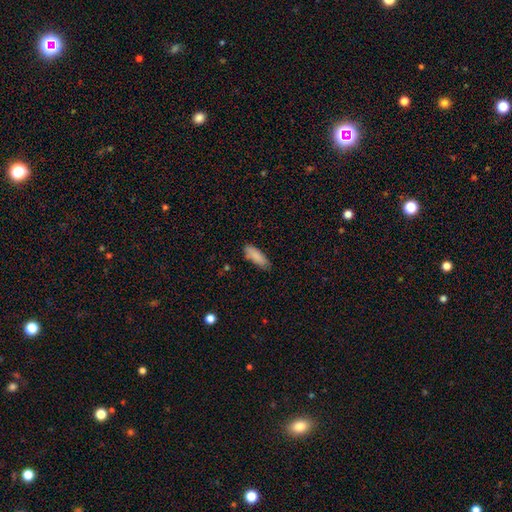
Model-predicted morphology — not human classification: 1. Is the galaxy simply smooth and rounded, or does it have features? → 87% smooth, 6% star or artifact, 6% featured or disk.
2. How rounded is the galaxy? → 66% in between, 33% cigar-shaped, 2% round.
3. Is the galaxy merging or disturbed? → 79% none, 16% minor disturbance, 3% major disturbance, 1% merger.